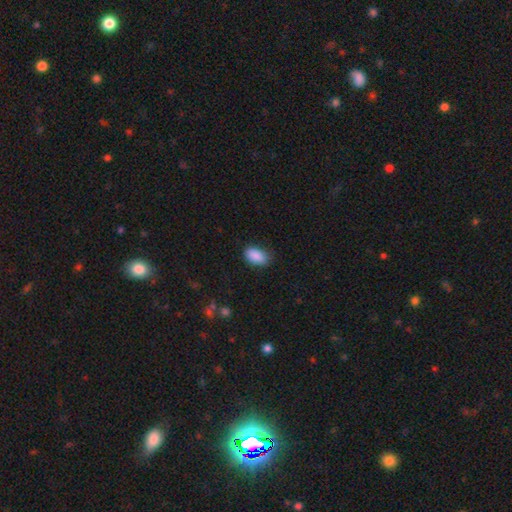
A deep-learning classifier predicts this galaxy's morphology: This appears to be a smooth galaxy with no disk features (90%) that is in between round and cigar-shaped (93%). Merging: none (82%).